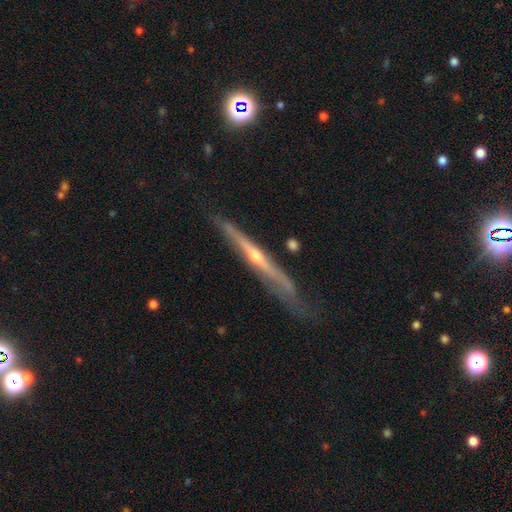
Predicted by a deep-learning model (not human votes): This appears to be a featured or disk galaxy (79%) viewed edge-on (94%) with a rounded central bulge (76%). Merging: none (71%).